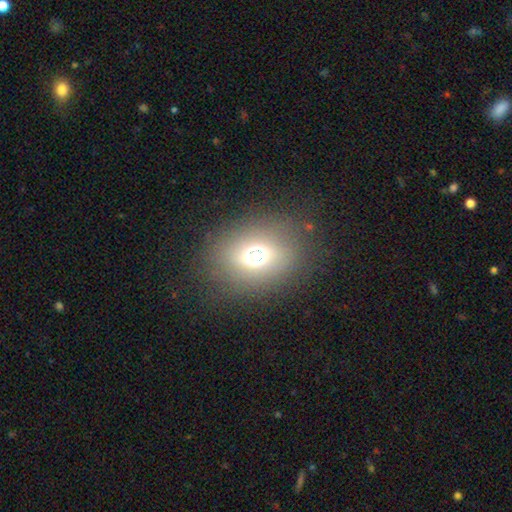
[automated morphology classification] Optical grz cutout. It shows a smooth galaxy with no disk features (59%) that is round (56%). Merging: none (80%).